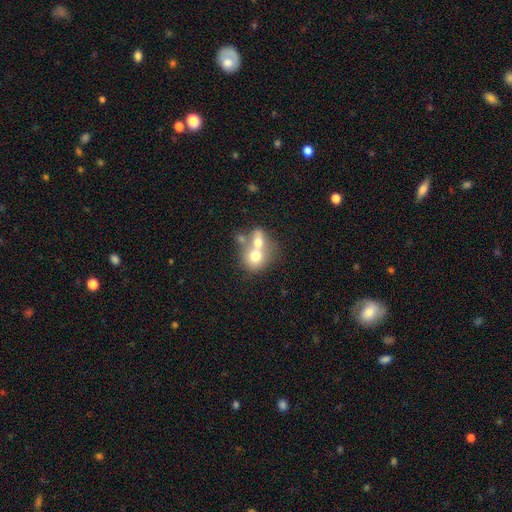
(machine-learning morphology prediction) Q: Smooth or featured?
A: smooth (65%); runner-up: featured or disk (25%)
Q: How rounded?
A: round (64%); runner-up: in between (35%)
Q: Merging?
A: merger (69%); runner-up: none (21%)